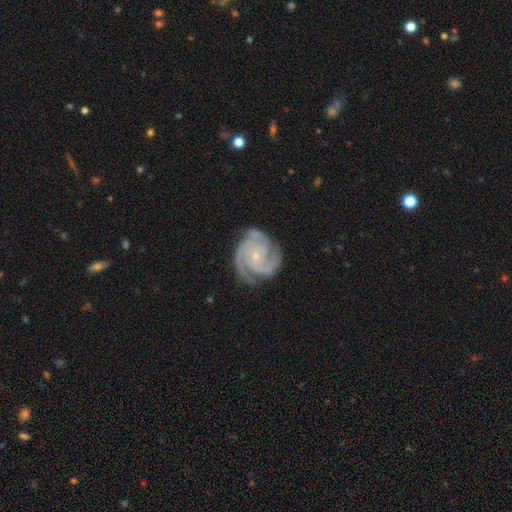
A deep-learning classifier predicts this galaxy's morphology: smooth-or-featured: featured or disk: 91% | star or artifact: 5% | smooth: 4%
  disk-edge-on: no: 98% | yes: 2%
    bar: no: 77% | weak: 18% | strong: 5%
    has-spiral-arms: yes: 98% | no: 2%
      spiral-winding: tight: 62% | medium: 34% | loose: 4%
      spiral-arm-count: 3: 60% | 4: 14% | 2: 12% | can't tell: 7% | more than 4: 4% | 1: 4%
    bulge-size: small: 82% | moderate: 14% | none: 2% | large: 1% | dominant: 1%
  merging: none: 73% | minor disturbance: 19% | major disturbance: 6% | merger: 2%